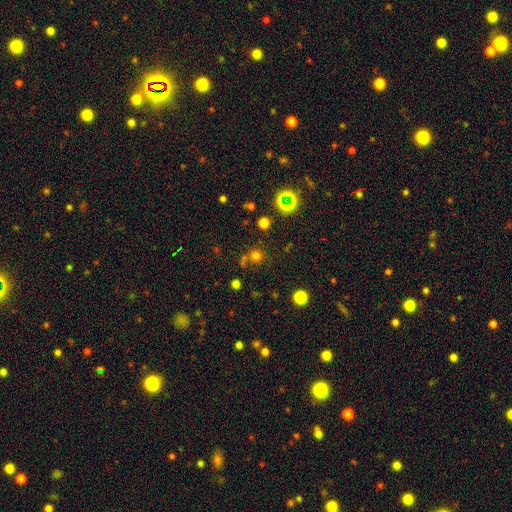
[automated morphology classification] Smooth or featured? Predicted: smooth (p=0.65). How rounded? Predicted: round (p=0.91). Merging? Predicted: none (p=0.68).